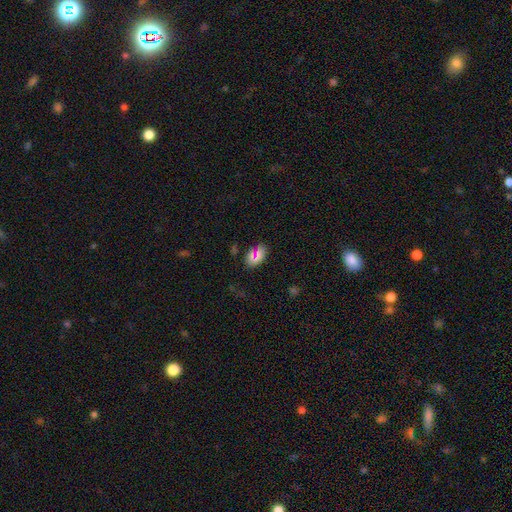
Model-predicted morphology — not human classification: Overall: smooth (68%). How rounded: in between (87%). Merging: none (81%).